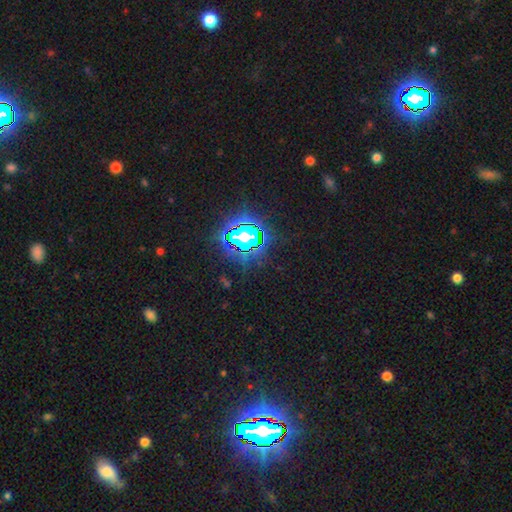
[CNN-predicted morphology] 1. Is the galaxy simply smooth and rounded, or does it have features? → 84% star or artifact, 10% smooth, 7% featured or disk.